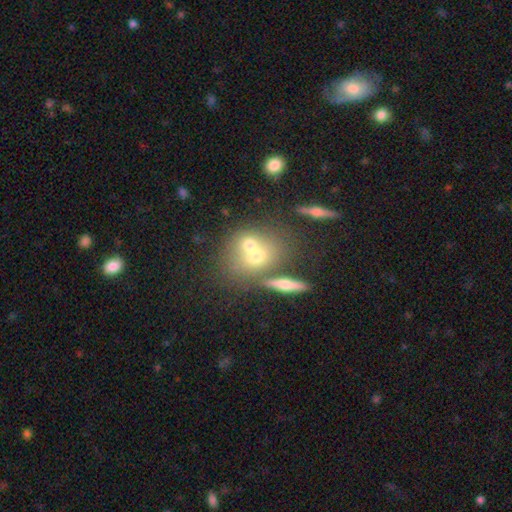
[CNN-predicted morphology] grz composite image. It shows a smooth galaxy with no disk features (57%) that is round (60%). Merging: merger (55%).